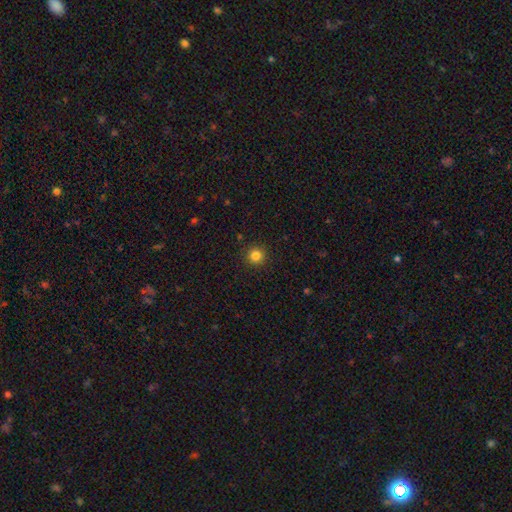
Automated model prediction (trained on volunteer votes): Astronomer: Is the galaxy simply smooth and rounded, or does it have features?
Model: smooth — 83%.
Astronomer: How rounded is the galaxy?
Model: round — 95%.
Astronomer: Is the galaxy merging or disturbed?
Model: none — 92%.